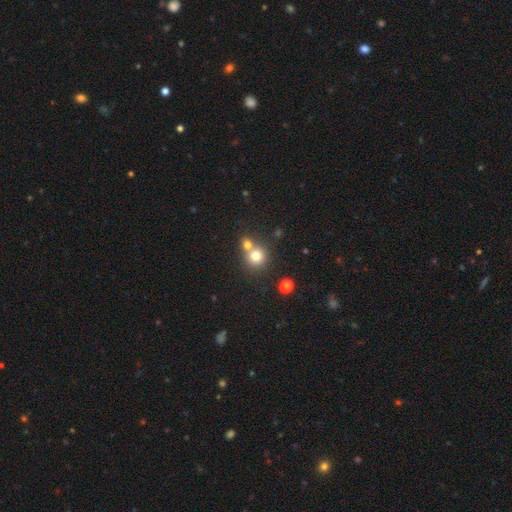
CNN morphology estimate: smooth 76%, star or artifact 13%, featured or disk 10%. Down the decision tree: how rounded — round (88%); merging — none (50%).